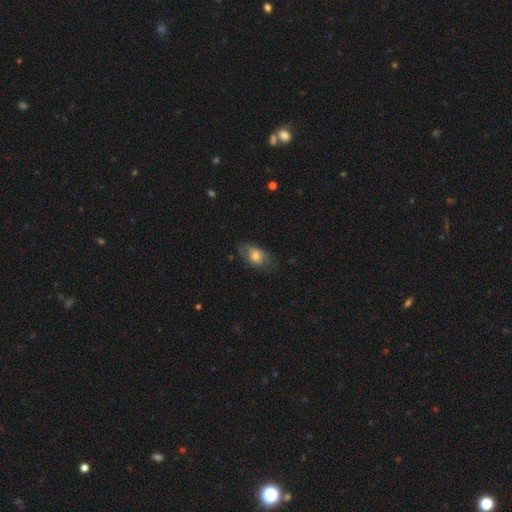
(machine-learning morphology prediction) Overall: smooth (59%; featured or disk 33%). How rounded: in between (83%). Merging: none (60%; minor disturbance 26%).